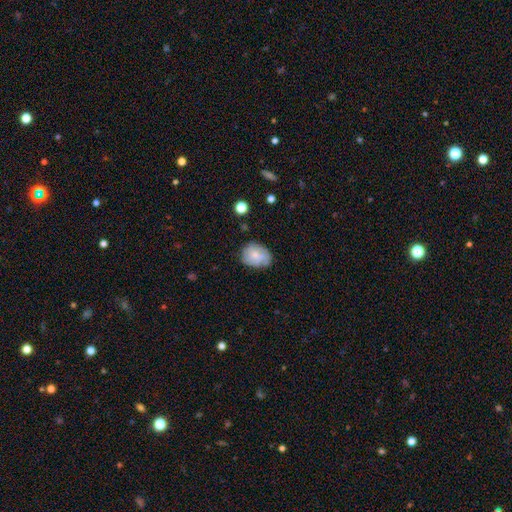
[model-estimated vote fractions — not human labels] Smooth or featured: smooth — 58% (featured or disk — 34%)
How rounded: in between — 54% (round — 45%)
Merging: none — 61% (minor disturbance — 29%)